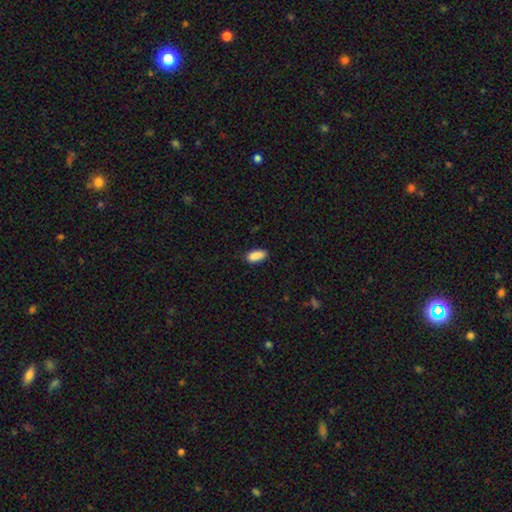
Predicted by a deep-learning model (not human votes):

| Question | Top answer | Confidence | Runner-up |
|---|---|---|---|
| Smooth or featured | smooth | 89% | star or artifact (7%) |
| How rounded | in between | 89% | cigar-shaped (8%) |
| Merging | none | 82% | minor disturbance (14%) |